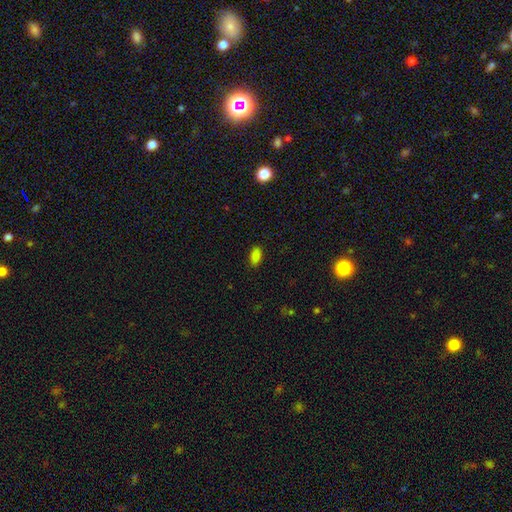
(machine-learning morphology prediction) This appears to be a smooth galaxy with no disk features (85%) that is in between round and cigar-shaped (92%). Merging: none (88%).